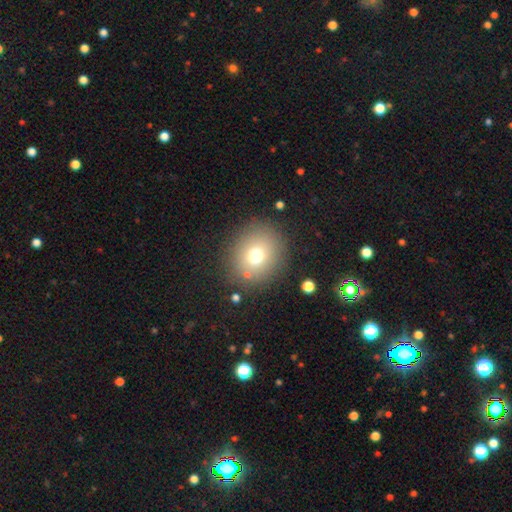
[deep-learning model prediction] Smooth or featured? Predicted: smooth (p=0.72). How rounded? Predicted: round (p=0.77). Merging? Predicted: none (p=0.83).